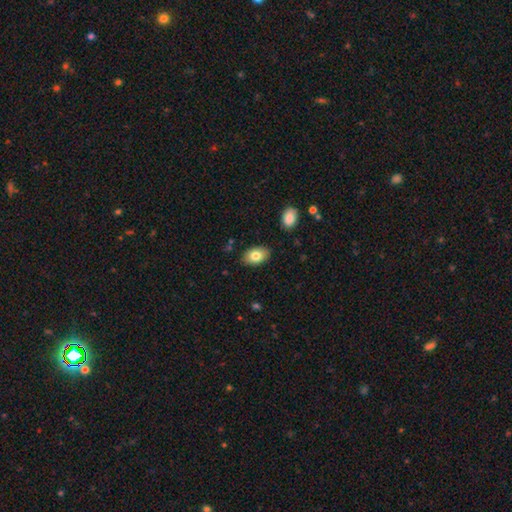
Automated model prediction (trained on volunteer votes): This appears to be a smooth galaxy with no disk features (81%) that is in between round and cigar-shaped (90%). Merging: none (86%).